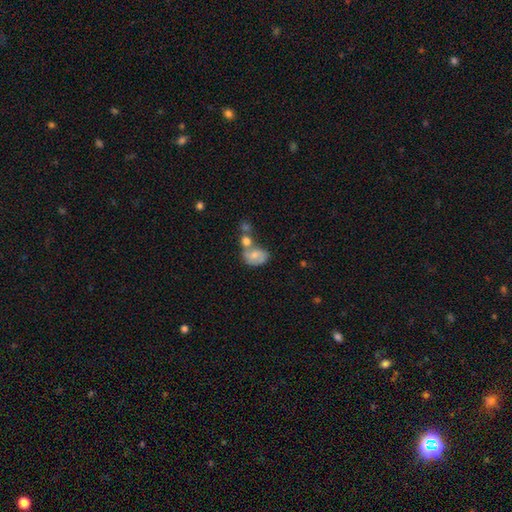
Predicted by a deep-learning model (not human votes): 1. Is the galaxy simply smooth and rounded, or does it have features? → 56% smooth, 36% featured or disk, 9% star or artifact.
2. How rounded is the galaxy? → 68% in between, 30% round, 1% cigar-shaped.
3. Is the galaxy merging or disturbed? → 48% merger, 28% none, 16% minor disturbance, 9% major disturbance.